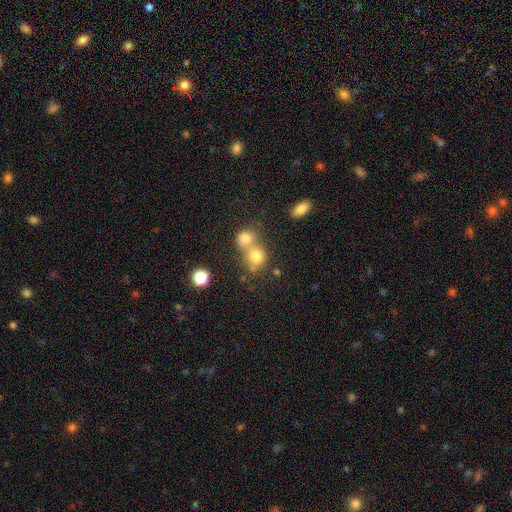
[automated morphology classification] smooth 77%, star or artifact 12%, featured or disk 11%. Down the decision tree: how rounded — round (77%); merging — merger (59%).